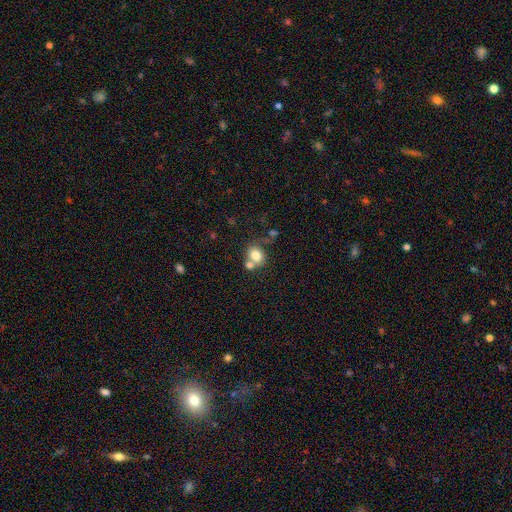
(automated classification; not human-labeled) This is likely a smooth galaxy (77%). How rounded: likely round (63%). Merging: possibly none (45%).